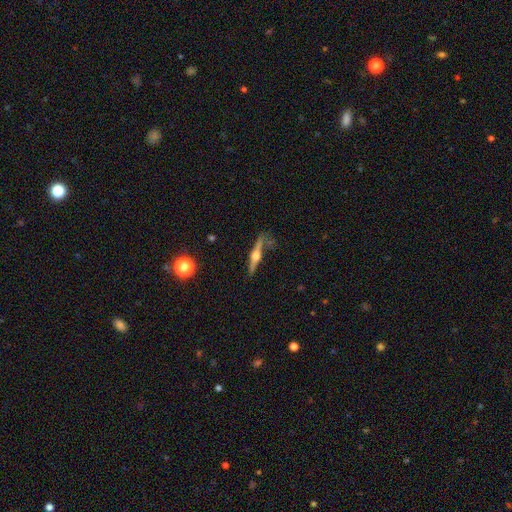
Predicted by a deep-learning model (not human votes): featured or disk 78%, smooth 15%, star or artifact 7%. Down the decision tree: edge-on disk — yes (97%); edge-on bulge — rounded (94%); merging — none (79%).